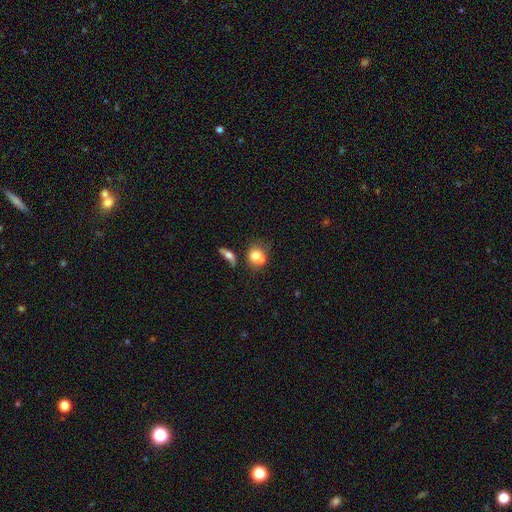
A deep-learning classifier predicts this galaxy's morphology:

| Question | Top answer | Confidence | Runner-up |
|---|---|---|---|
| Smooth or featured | smooth | 67% | featured or disk (23%) |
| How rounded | round | 60% | in between (38%) |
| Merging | merger | 57% | none (28%) |